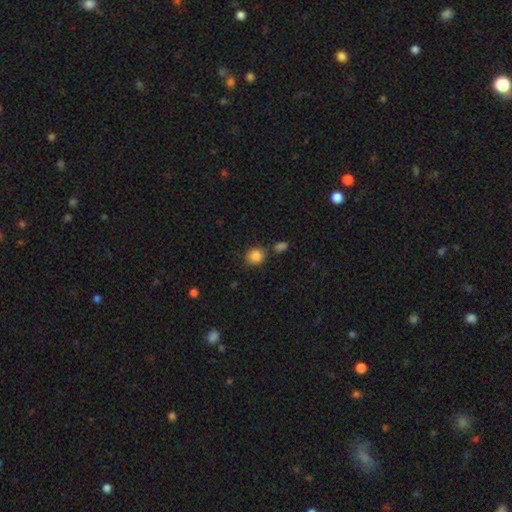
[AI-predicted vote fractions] Smooth or featured?
  - smooth: 85% *
  - star or artifact: 10%
  - featured or disk: 5%
How rounded?
  - round: 77% *
  - in between: 22%
  - cigar-shaped: 1%
Merging?
  - none: 77% *
  - minor disturbance: 11%
  - merger: 8%
  - major disturbance: 3%